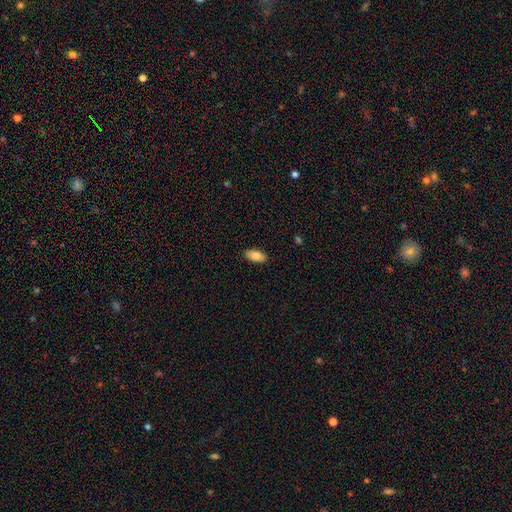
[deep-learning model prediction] A smooth galaxy with no disk features (81%) that is in between round and cigar-shaped (92%).

Vote fractions:
- Smooth or featured? smooth: 81% / featured or disk: 12% / star or artifact: 7%
- How rounded? in between: 92% / cigar-shaped: 6% / round: 3%
- Merging? none: 89% / minor disturbance: 8% / major disturbance: 2% / merger: 1%